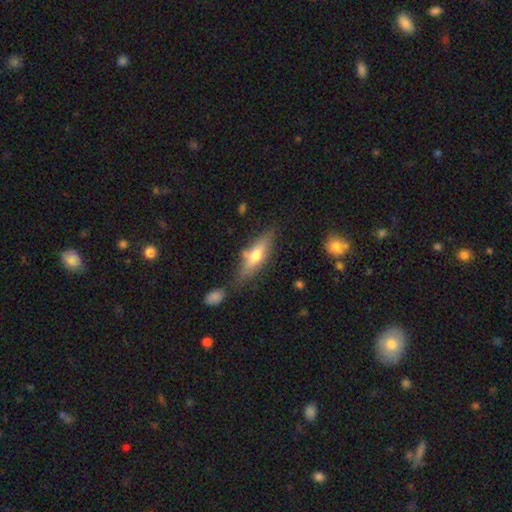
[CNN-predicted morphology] Q: Smooth or featured?
A: featured or disk (47%); runner-up: smooth (46%)
Q: Merging?
A: none (69%); runner-up: minor disturbance (18%)